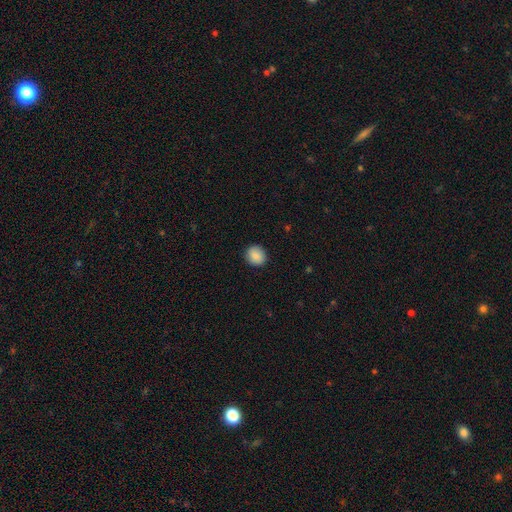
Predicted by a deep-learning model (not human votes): Overall: smooth (88%). How rounded: round (75%). Merging: none (89%).